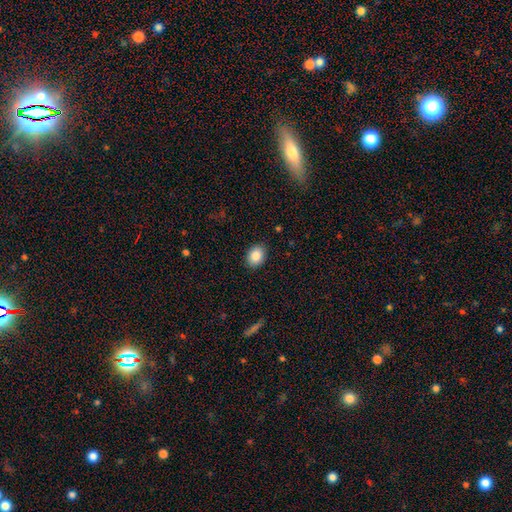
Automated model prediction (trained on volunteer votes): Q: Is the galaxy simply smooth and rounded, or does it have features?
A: smooth — 86%.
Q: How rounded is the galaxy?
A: in between — 68%.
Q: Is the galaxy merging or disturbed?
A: none — 88%.